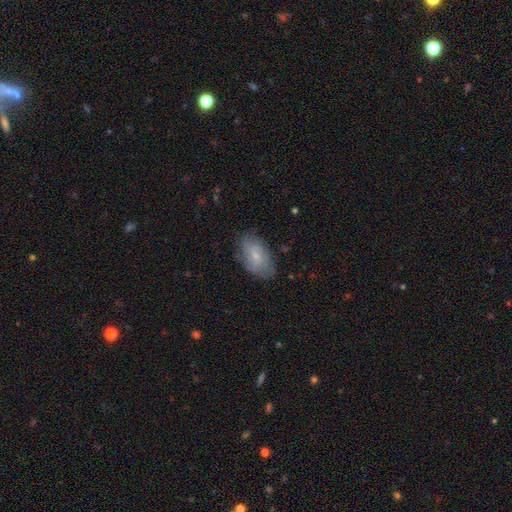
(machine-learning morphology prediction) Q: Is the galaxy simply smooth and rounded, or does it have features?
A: smooth — 55%.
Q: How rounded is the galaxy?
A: in between — 92%.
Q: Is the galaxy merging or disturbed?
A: none — 74%.